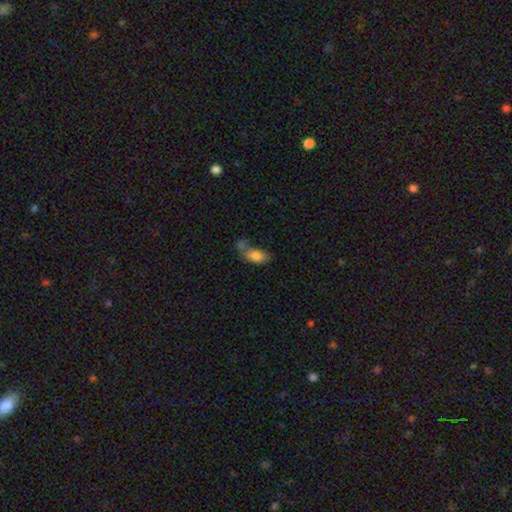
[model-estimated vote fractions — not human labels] The model was most divided on "merging": merger: 43%, none: 28%, minor disturbance: 17%, major disturbance: 12%. More confident: how rounded — in between (88%); smooth or featured — smooth (79%).